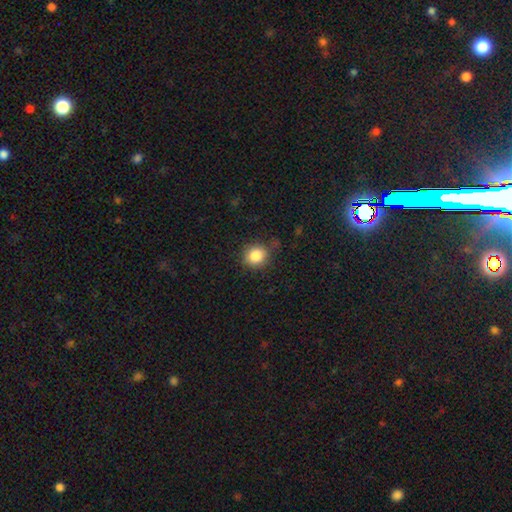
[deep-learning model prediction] The model was most divided on "how rounded": round: 79%, in between: 20%, cigar-shaped: 1%. More confident: smooth or featured — smooth (86%); merging — none (78%).